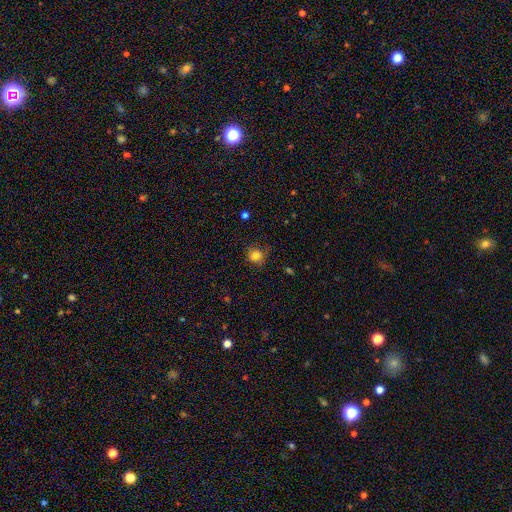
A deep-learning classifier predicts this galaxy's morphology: Smooth or featured: smooth — 81% (star or artifact — 12%)
How rounded: round — 84% (in between — 16%)
Merging: none — 73% (minor disturbance — 20%)